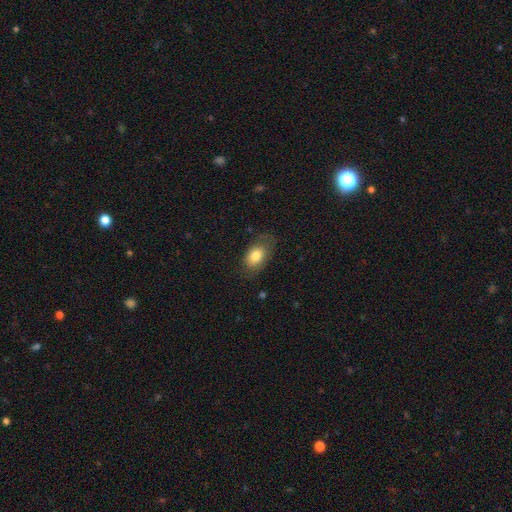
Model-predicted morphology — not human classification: smooth-or-featured: smooth: 76% | featured or disk: 16% | star or artifact: 8%
  how-rounded: in between: 85% | round: 14% | cigar-shaped: 2%
  merging: none: 67% | minor disturbance: 23% | major disturbance: 9% | merger: 1%